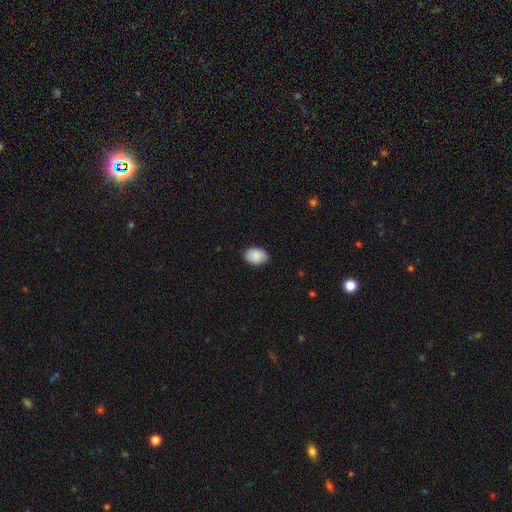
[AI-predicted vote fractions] A smooth galaxy with no disk features (89%) that is in between round and cigar-shaped (79%).

Vote fractions:
- Smooth or featured? smooth: 89% / star or artifact: 6% / featured or disk: 5%
- How rounded? in between: 79% / round: 20% / cigar-shaped: 1%
- Merging? none: 85% / minor disturbance: 12% / major disturbance: 2% / merger: 1%